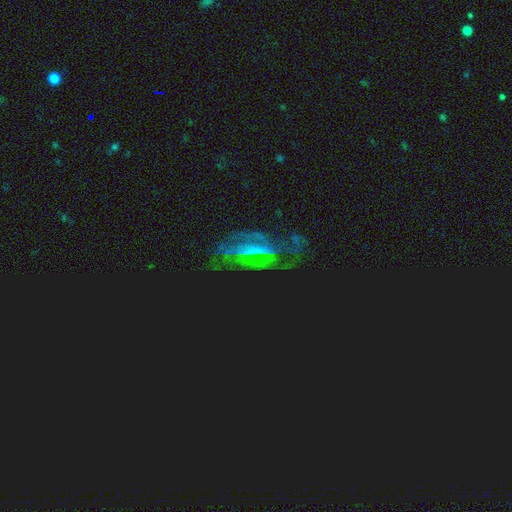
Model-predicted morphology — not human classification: Smooth or featured? featured or disk (55%)
Edge-on disk? no (85%)
Merging? none (53%)